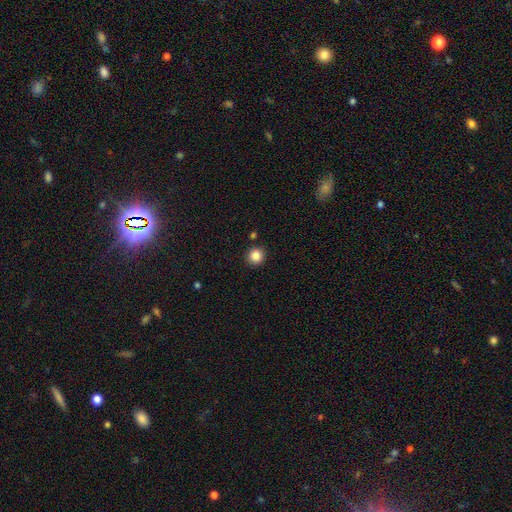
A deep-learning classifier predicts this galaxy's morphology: smooth-or-featured: smooth: 84% | star or artifact: 11% | featured or disk: 5%
  how-rounded: round: 94% | in between: 5% | cigar-shaped: 1%
  merging: none: 88% | minor disturbance: 6% | merger: 3% | major disturbance: 2%